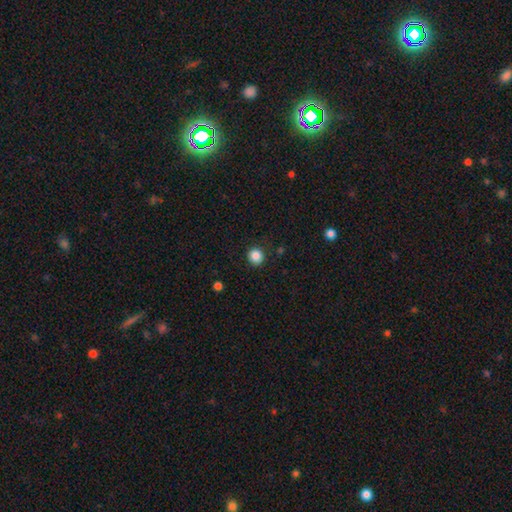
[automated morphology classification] A smooth galaxy with no disk features (86%) that is round (90%). Merging: none (89%).